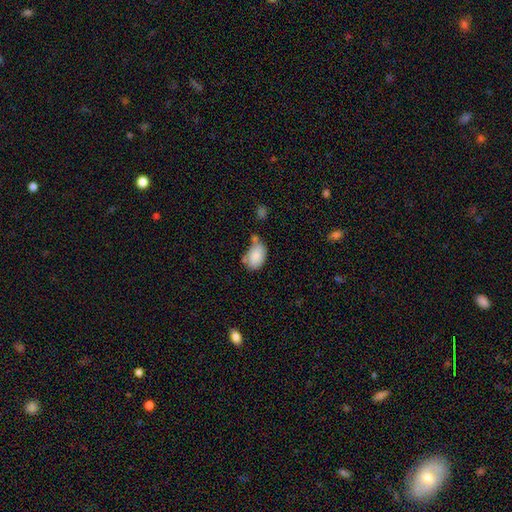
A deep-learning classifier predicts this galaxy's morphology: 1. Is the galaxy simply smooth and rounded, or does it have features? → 84% smooth, 8% featured or disk, 7% star or artifact.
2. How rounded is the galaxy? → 89% in between, 10% round, 1% cigar-shaped.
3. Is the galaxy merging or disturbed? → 48% none, 27% minor disturbance, 17% merger, 8% major disturbance.